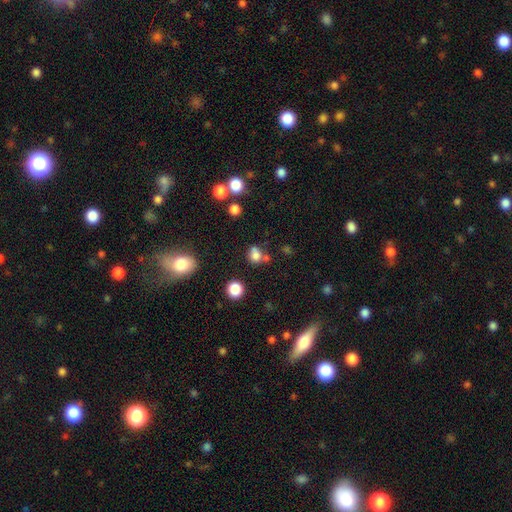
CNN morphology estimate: A smooth galaxy with no disk features (76%) that is round (59%).

Vote fractions:
- Smooth or featured? smooth: 76% / star or artifact: 15% / featured or disk: 9%
- How rounded? round: 59% / in between: 39% / cigar-shaped: 1%
- Merging? none: 48% / merger: 28% / minor disturbance: 17% / major disturbance: 8%